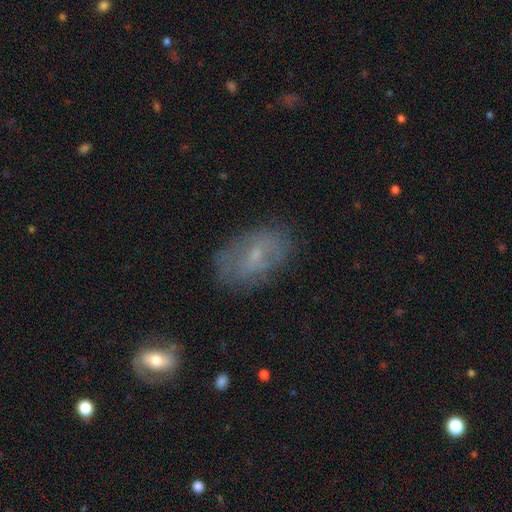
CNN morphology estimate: Smooth or featured?
  - smooth: 46% *
  - featured or disk: 43%
  - star or artifact: 11%
Merging?
  - none: 71% *
  - minor disturbance: 19%
  - major disturbance: 8%
  - merger: 2%